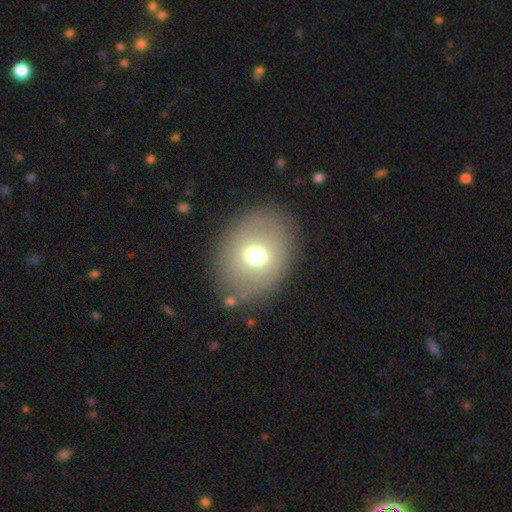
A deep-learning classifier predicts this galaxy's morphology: A smooth galaxy with no disk features (61%) that is round (50%).

Vote fractions:
- Smooth or featured? smooth: 61% / featured or disk: 25% / star or artifact: 14%
- How rounded? round: 50% / in between: 48% / cigar-shaped: 1%
- Merging? none: 80% / minor disturbance: 11% / major disturbance: 6% / merger: 3%